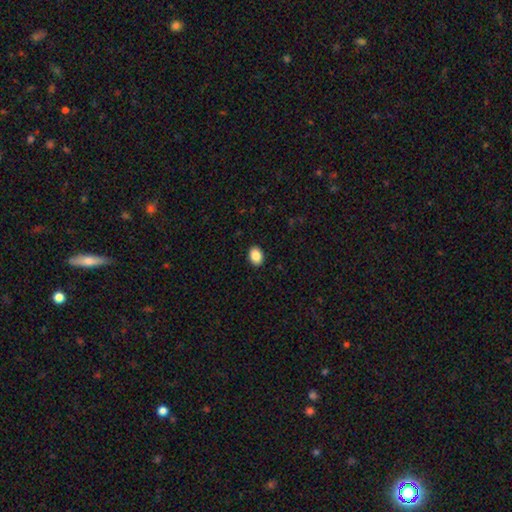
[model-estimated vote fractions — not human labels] Smooth or featured? smooth (88%)
How rounded? in between (74%)
Merging? none (91%)